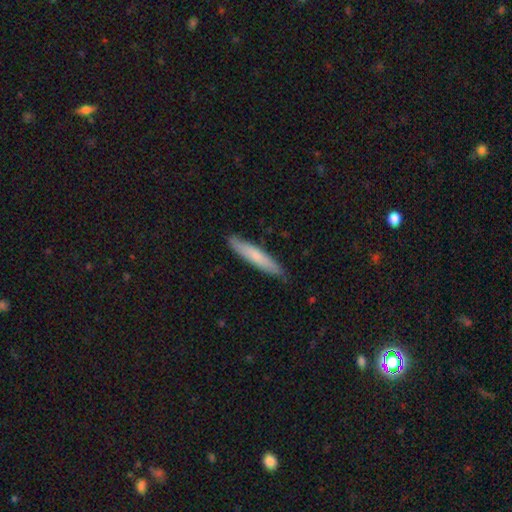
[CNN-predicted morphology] Smooth or featured: smooth — 73% (featured or disk — 22%)
How rounded: cigar-shaped — 91% (in between — 7%)
Merging: none — 87% (minor disturbance — 11%)